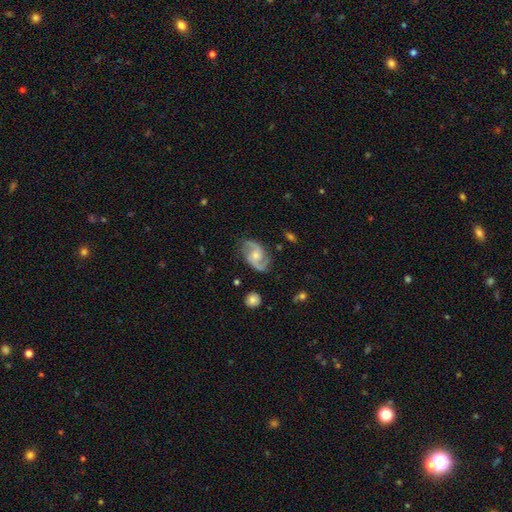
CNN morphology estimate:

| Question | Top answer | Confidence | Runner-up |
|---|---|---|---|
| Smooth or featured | featured or disk | 86% | smooth (9%) |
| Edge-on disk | no | 97% | yes (3%) |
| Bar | no | 55% | weak (38%) |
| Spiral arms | yes | 97% | no (3%) |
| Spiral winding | medium | 52% | loose (31%) |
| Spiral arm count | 2 | 92% | can't tell (3%) |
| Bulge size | moderate | 50% | small (41%) |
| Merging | none | 77% | minor disturbance (16%) |